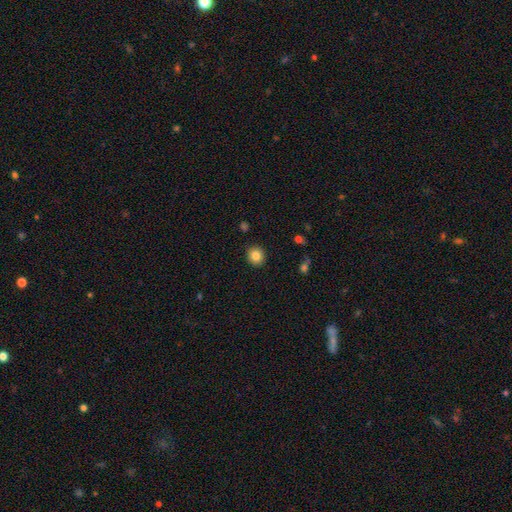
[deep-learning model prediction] smooth_or_featured: smooth (p=0.84) [alt: star or artifact p=0.10]
how_rounded: round (p=0.84) [alt: in between p=0.15]
merging: none (p=0.91) [alt: minor disturbance p=0.06]